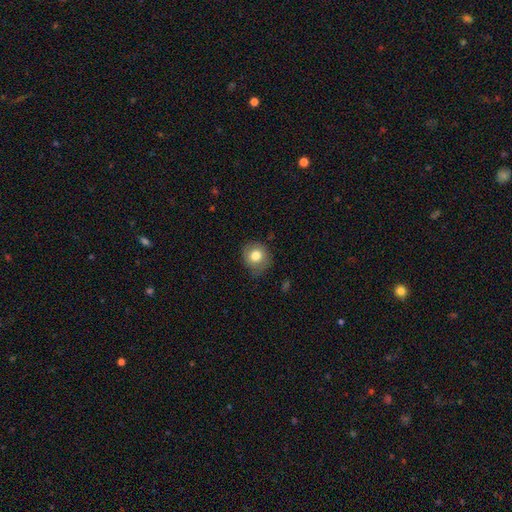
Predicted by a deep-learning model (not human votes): Smooth or featured? Predicted: smooth (p=0.80). How rounded? Predicted: round (p=0.83). Merging? Predicted: none (p=0.76).